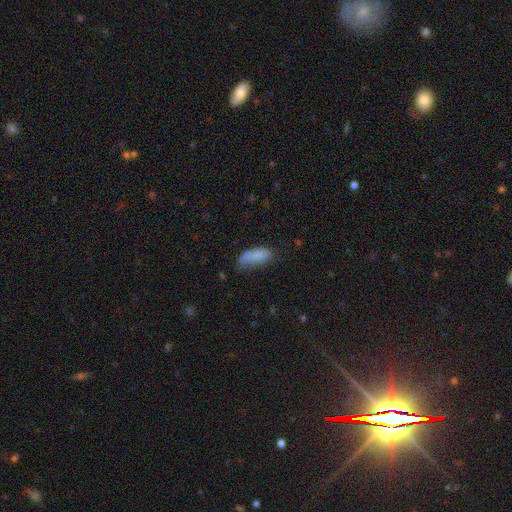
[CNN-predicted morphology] Smooth or featured?
  - smooth: 81% *
  - featured or disk: 10%
  - star or artifact: 9%
How rounded?
  - in between: 80% *
  - cigar-shaped: 18%
  - round: 2%
Merging?
  - none: 49% *
  - minor disturbance: 32%
  - major disturbance: 14%
  - merger: 5%